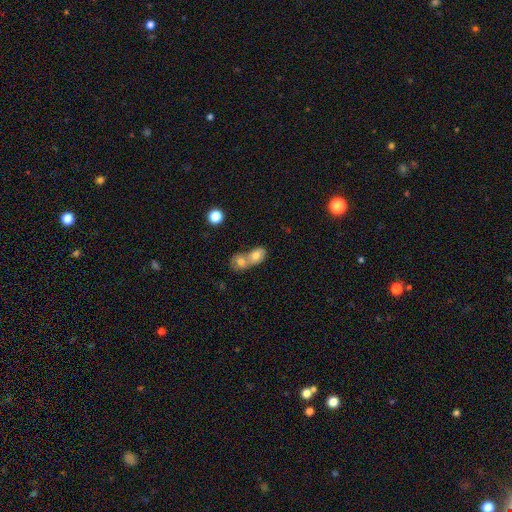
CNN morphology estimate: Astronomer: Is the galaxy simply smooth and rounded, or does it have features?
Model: smooth — 74%.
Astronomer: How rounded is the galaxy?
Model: in between — 68%.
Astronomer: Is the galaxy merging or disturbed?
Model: merger — 75%.